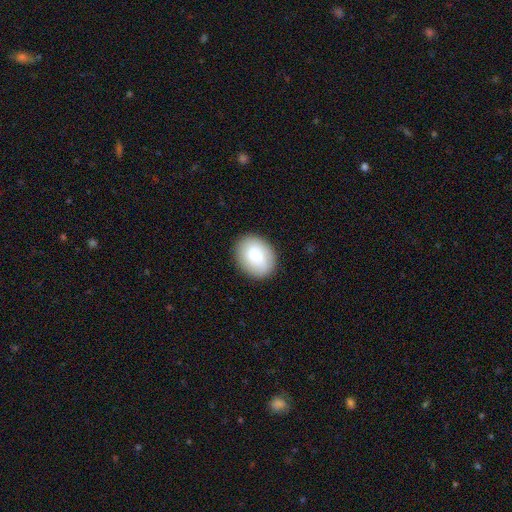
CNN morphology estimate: Smooth or featured?
  - smooth: 72% *
  - featured or disk: 21%
  - star or artifact: 7%
How rounded?
  - in between: 60% *
  - round: 39%
  - cigar-shaped: 1%
Merging?
  - none: 87% *
  - minor disturbance: 9%
  - major disturbance: 3%
  - merger: 1%